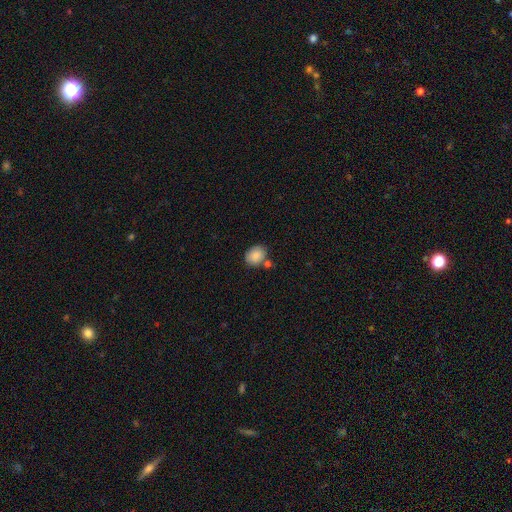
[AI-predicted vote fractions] Smooth or featured: smooth — 87% (star or artifact — 8%)
How rounded: round — 52% (in between — 47%)
Merging: none — 70% (minor disturbance — 13%)